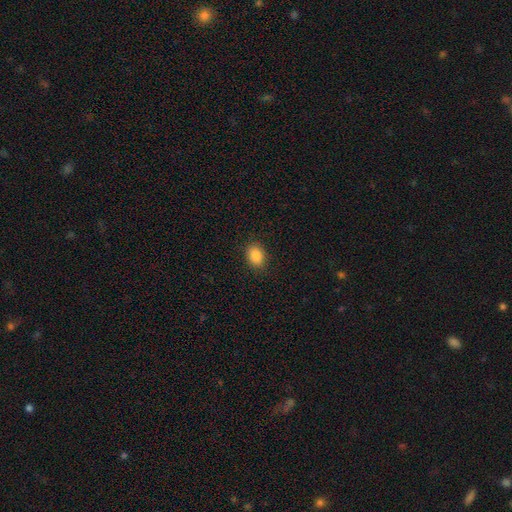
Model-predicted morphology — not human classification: type=smooth (86%); roundness=in between (69%); merging=none (89%).